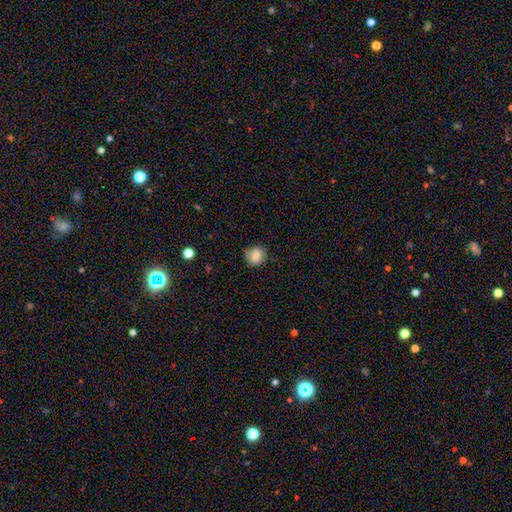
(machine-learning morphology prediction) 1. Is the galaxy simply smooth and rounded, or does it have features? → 83% smooth, 9% star or artifact, 8% featured or disk.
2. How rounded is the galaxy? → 83% round, 16% in between, 1% cigar-shaped.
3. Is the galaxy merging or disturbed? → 78% none, 17% minor disturbance, 3% major disturbance, 1% merger.